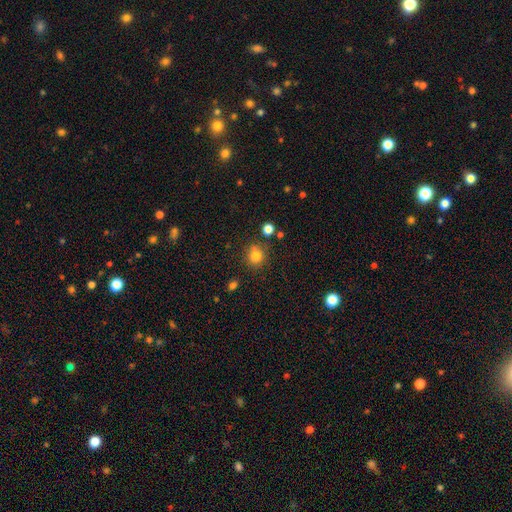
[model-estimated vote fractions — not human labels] Smooth or featured: smooth — 81% (star or artifact — 13%)
How rounded: round — 86% (in between — 13%)
Merging: none — 76% (minor disturbance — 12%)